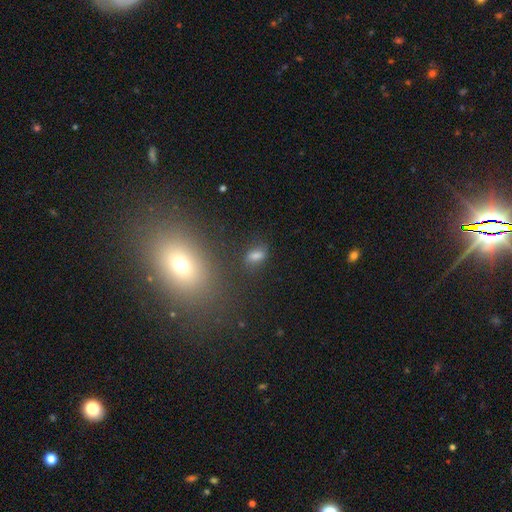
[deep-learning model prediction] Smooth or featured? Predicted: smooth (p=0.72). How rounded? Predicted: in between (p=0.81). Merging? Predicted: none (p=0.68).